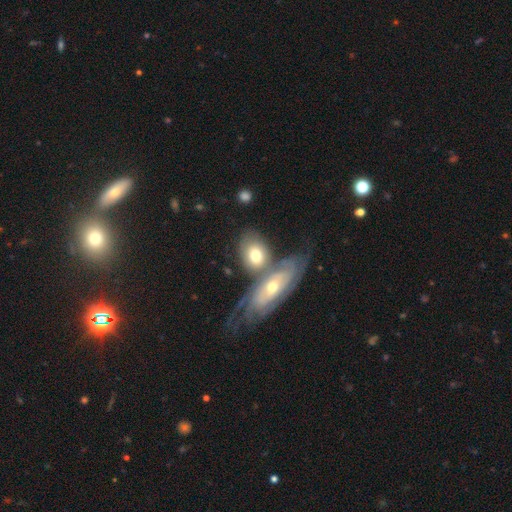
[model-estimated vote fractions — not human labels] A smooth galaxy with no disk features (54%) that is in between round and cigar-shaped (72%). Merging: merger (44%).